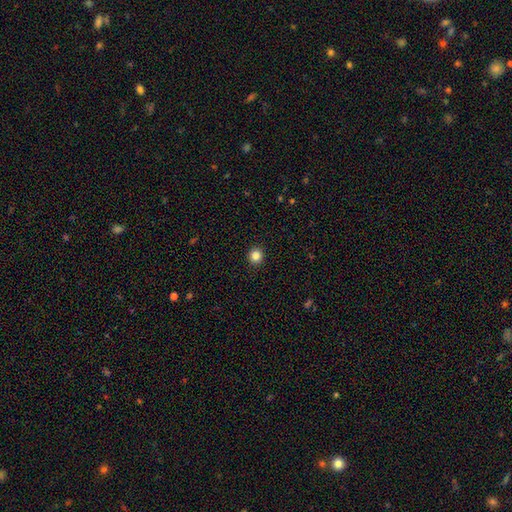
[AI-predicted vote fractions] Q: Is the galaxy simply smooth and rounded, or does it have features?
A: smooth — 85%.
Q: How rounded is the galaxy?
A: round — 91%.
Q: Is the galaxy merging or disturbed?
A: none — 93%.